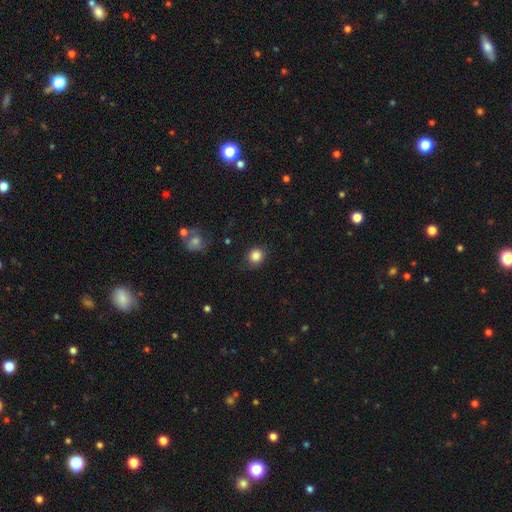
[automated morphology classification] This is clearly a smooth galaxy (86%). How rounded: likely round (80%). Merging: likely none (79%).